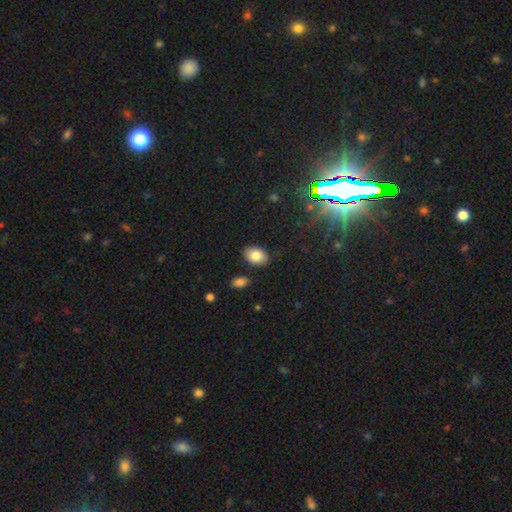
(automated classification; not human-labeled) smooth 84%, featured or disk 8%, star or artifact 8%. Down the decision tree: how rounded — in between (85%); merging — none (85%).